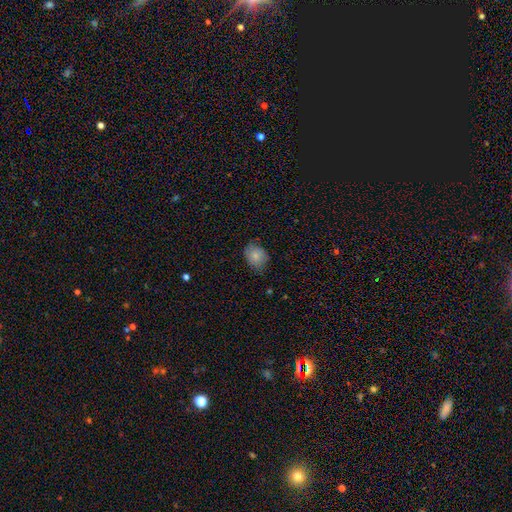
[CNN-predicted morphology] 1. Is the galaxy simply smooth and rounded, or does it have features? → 79% smooth, 13% featured or disk, 8% star or artifact.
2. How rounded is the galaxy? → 54% in between, 45% round, 1% cigar-shaped.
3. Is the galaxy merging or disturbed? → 65% none, 28% minor disturbance, 6% major disturbance, 1% merger.